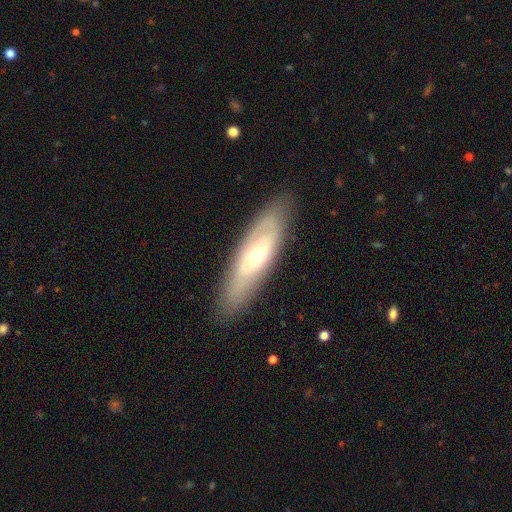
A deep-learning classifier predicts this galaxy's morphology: A featured or disk galaxy (54%). Merging: none (84%).